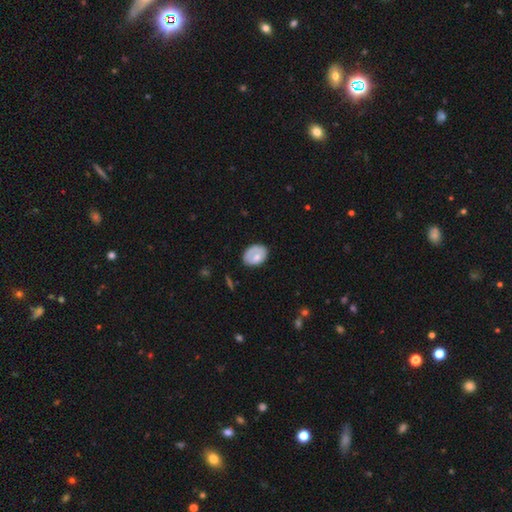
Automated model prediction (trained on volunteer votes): Smooth or featured?
  - smooth: 66% *
  - featured or disk: 28%
  - star or artifact: 6%
How rounded?
  - in between: 71% *
  - round: 28%
  - cigar-shaped: 1%
Merging?
  - none: 65% *
  - minor disturbance: 25%
  - major disturbance: 8%
  - merger: 2%